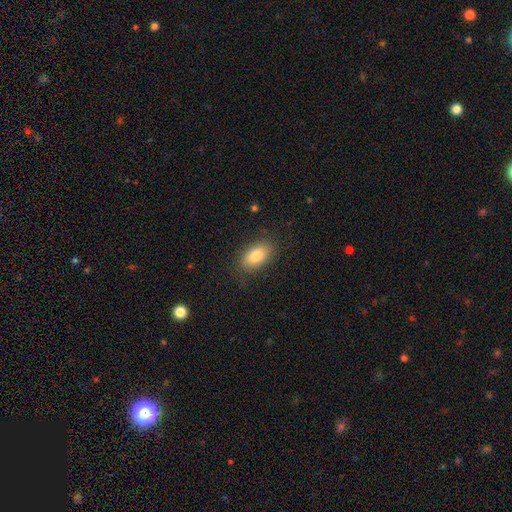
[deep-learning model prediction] Morphology: type=smooth (83%); roundness=in between (92%); merging=none (84%).